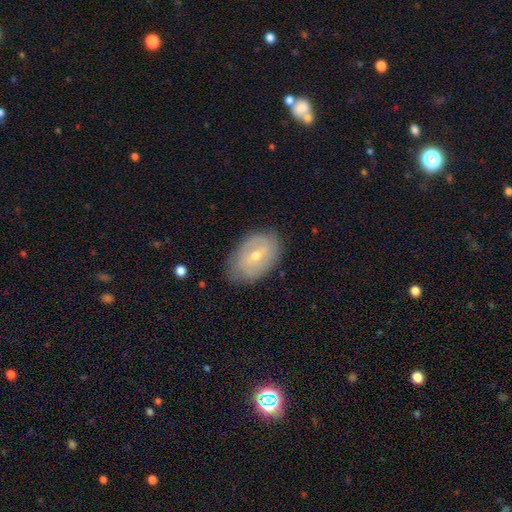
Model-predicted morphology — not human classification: A featured or disk galaxy (58%) with a weak bar (47%), spiral arms (62%) and a small central bulge (53%). Merging: none (72%).